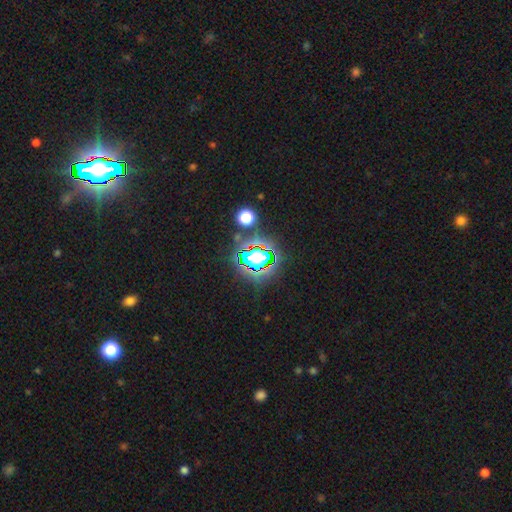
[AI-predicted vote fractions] A star or artifact, not a galaxy (80%).

Vote fractions:
- Smooth or featured? star or artifact: 80% / smooth: 12% / featured or disk: 7%